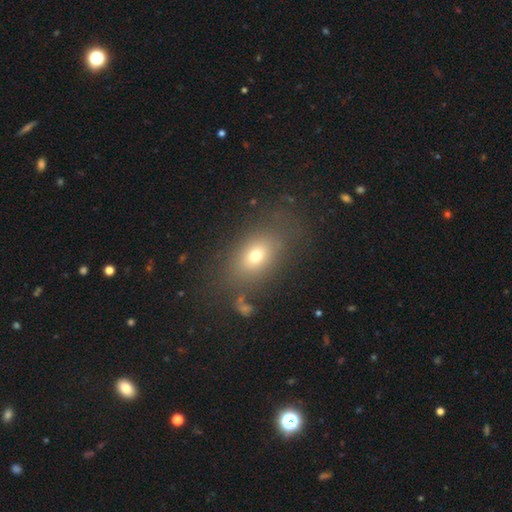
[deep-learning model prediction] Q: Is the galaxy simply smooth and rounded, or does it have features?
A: smooth — 69%.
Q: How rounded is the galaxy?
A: in between — 75%.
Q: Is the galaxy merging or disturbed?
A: none — 74%.